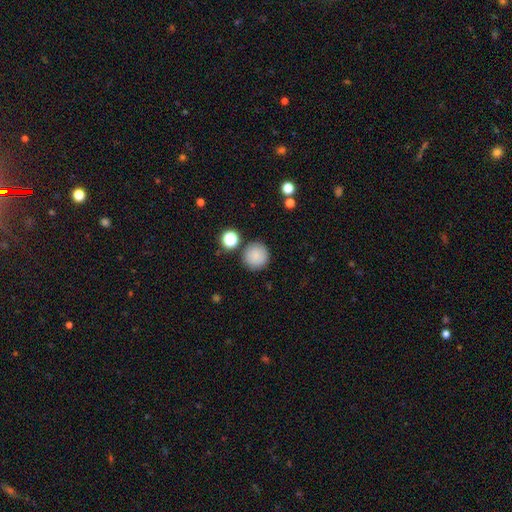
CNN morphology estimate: A smooth galaxy with no disk features (84%) that is round (94%).

Vote fractions:
- Smooth or featured? smooth: 84% / star or artifact: 10% / featured or disk: 6%
- How rounded? round: 94% / in between: 5% / cigar-shaped: 1%
- Merging? none: 85% / minor disturbance: 8% / merger: 5% / major disturbance: 3%